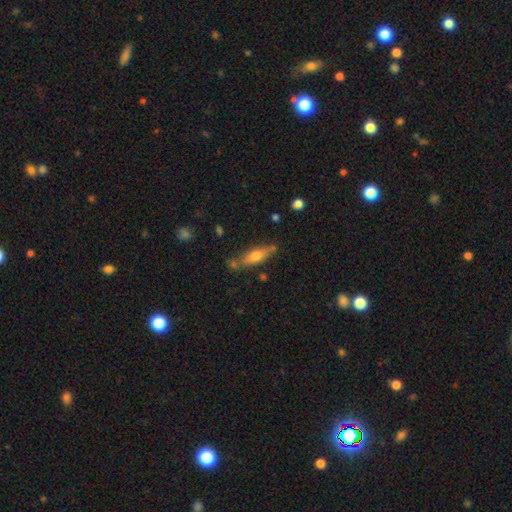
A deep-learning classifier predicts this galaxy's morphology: Smooth or featured? smooth (58%)
How rounded? cigar-shaped (56%)
Merging? none (70%)